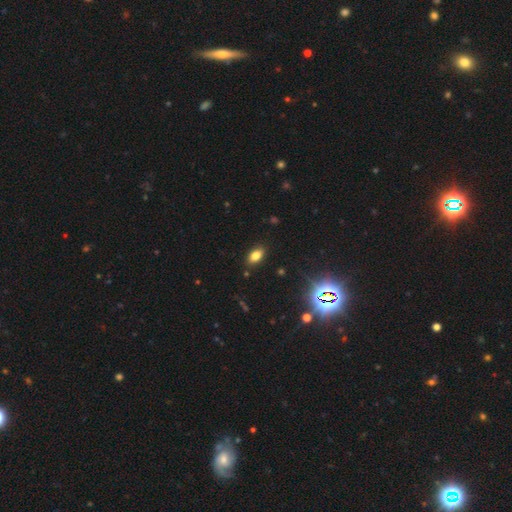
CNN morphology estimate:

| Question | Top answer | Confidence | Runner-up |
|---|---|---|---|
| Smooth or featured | smooth | 77% | star or artifact (15%) |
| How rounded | in between | 88% | round (8%) |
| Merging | none | 87% | minor disturbance (9%) |